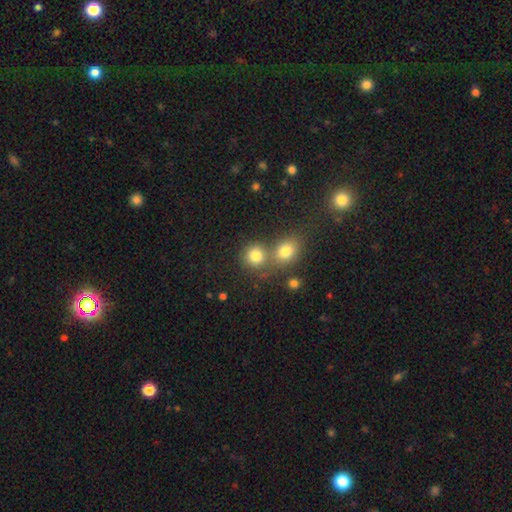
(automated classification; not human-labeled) Overall: smooth (79%). How rounded: round (83%). Merging: none (53%; merger 36%).